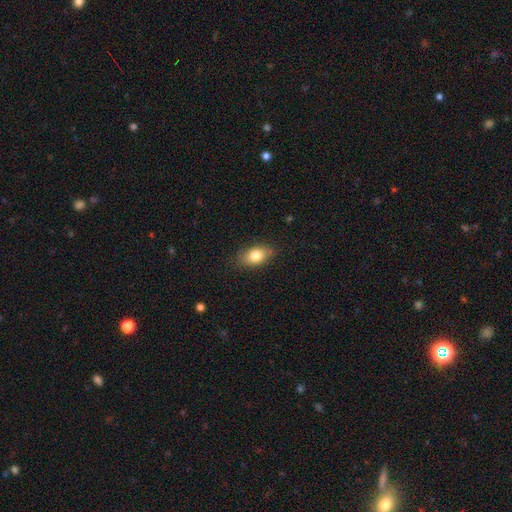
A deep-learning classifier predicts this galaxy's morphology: A smooth galaxy with no disk features (80%) that is in between round and cigar-shaped (84%). Merging: none (82%).